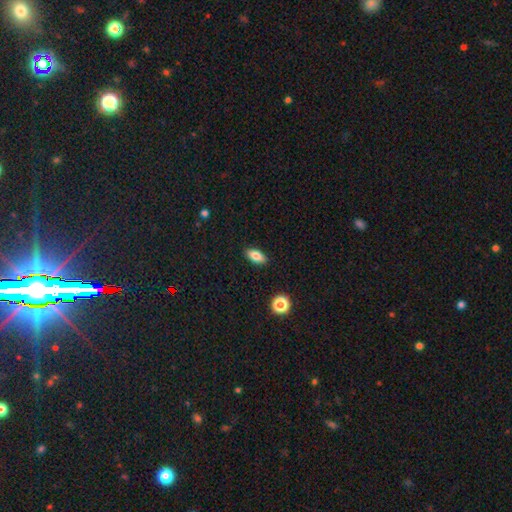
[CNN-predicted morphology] A smooth galaxy with no disk features (81%) that is in between round and cigar-shaped (87%).

Vote fractions:
- Smooth or featured? smooth: 81% / featured or disk: 10% / star or artifact: 9%
- How rounded? in between: 87% / cigar-shaped: 8% / round: 4%
- Merging? none: 89% / minor disturbance: 8% / major disturbance: 2% / merger: 1%